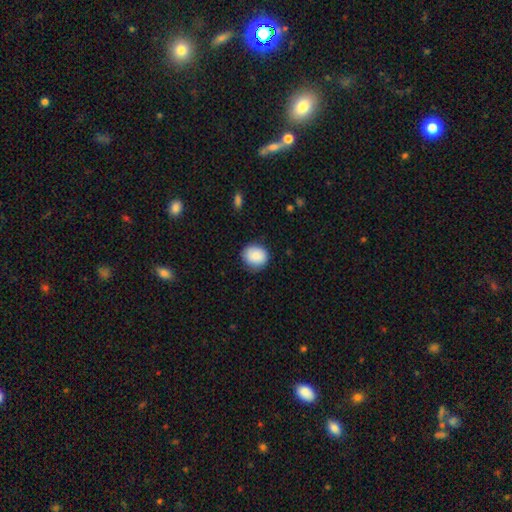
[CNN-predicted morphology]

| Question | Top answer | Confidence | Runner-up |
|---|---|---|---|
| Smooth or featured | smooth | 86% | star or artifact (7%) |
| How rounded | round | 78% | in between (21%) |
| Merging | none | 84% | minor disturbance (13%) |